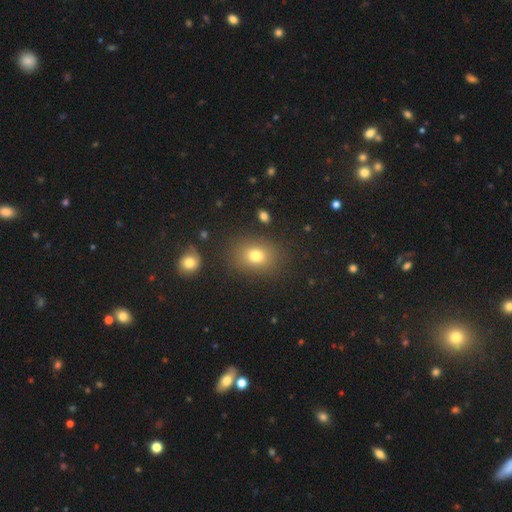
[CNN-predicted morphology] This appears to be a smooth galaxy with no disk features (77%) that is in between round and cigar-shaped (53%). Merging: none (82%).